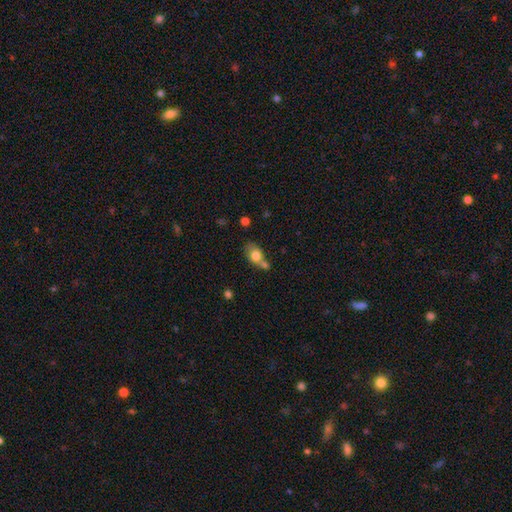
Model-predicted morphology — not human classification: type=smooth (77%); roundness=in between (69%); merging=merger (41%).